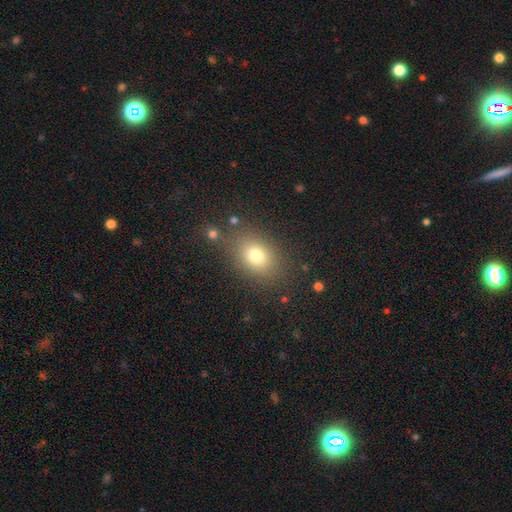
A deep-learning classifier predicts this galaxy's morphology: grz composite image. It shows a smooth galaxy with no disk features (77%) that is in between round and cigar-shaped (63%). Merging: none (79%).